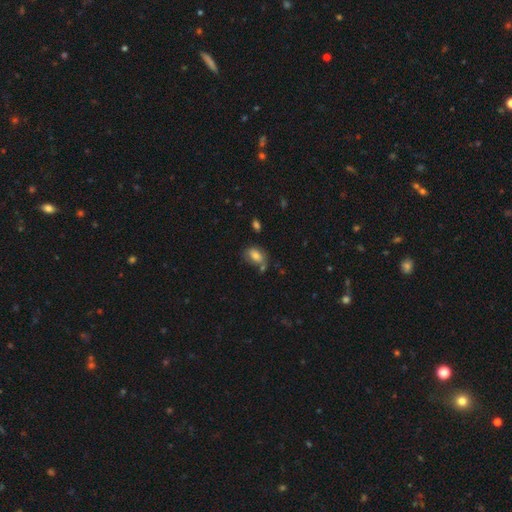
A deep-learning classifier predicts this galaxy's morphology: Smooth or featured? smooth (77%)
How rounded? in between (85%)
Merging? none (57%)